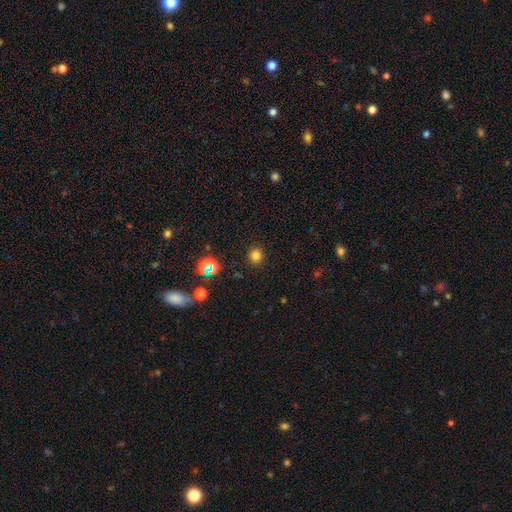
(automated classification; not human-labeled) Q: Smooth or featured?
A: smooth (78%); runner-up: star or artifact (17%)
Q: How rounded?
A: round (88%); runner-up: in between (11%)
Q: Merging?
A: none (90%); runner-up: minor disturbance (6%)